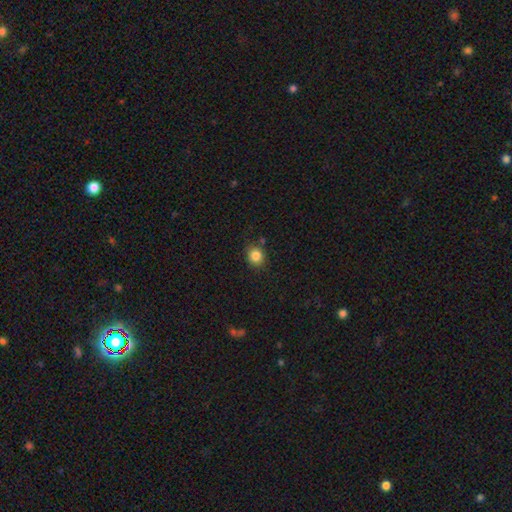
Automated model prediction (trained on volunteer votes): smooth-or-featured: smooth: 85% | star or artifact: 10% | featured or disk: 5%
  how-rounded: round: 74% | in between: 25% | cigar-shaped: 1%
  merging: none: 81% | minor disturbance: 12% | merger: 4% | major disturbance: 3%